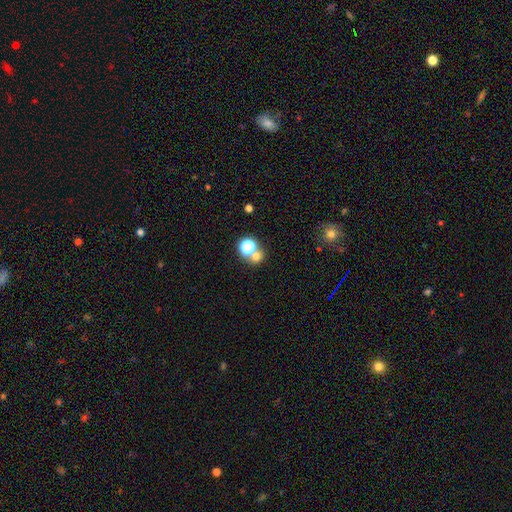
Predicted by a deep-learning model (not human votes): A smooth galaxy with no disk features (67%) that is round (77%). Merging: none (48%).